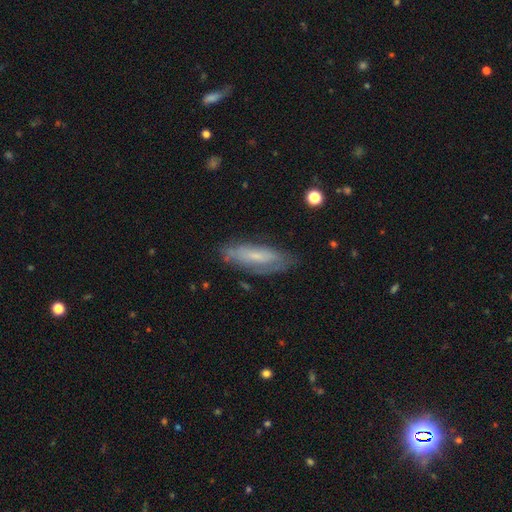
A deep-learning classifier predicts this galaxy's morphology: This appears to be a smooth galaxy with no disk features (46%, tied with featured or disk). Merging: none (74%).